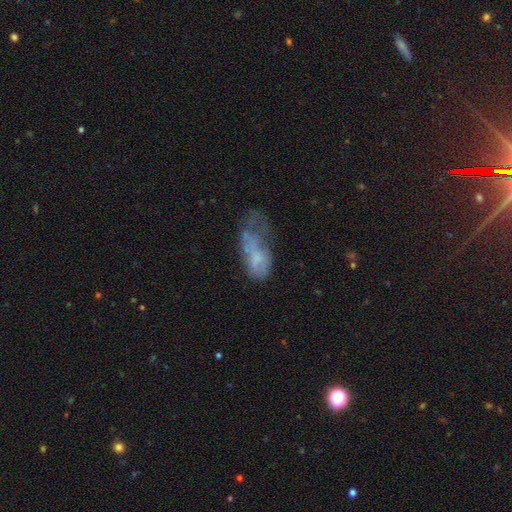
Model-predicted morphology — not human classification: Smooth or featured?
  - smooth: 48% *
  - featured or disk: 39%
  - star or artifact: 13%
Merging?
  - major disturbance: 45% *
  - minor disturbance: 23%
  - none: 20%
  - merger: 11%